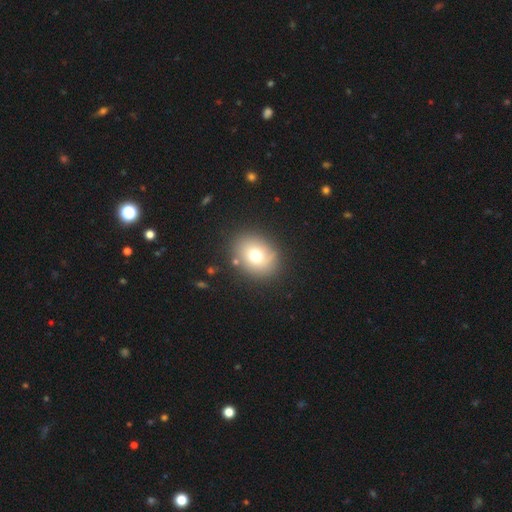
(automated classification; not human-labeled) smooth_or_featured: smooth (p=0.70) [alt: featured or disk p=0.17]
how_rounded: round (p=0.55) [alt: in between p=0.44]
merging: none (p=0.82) [alt: minor disturbance p=0.11]